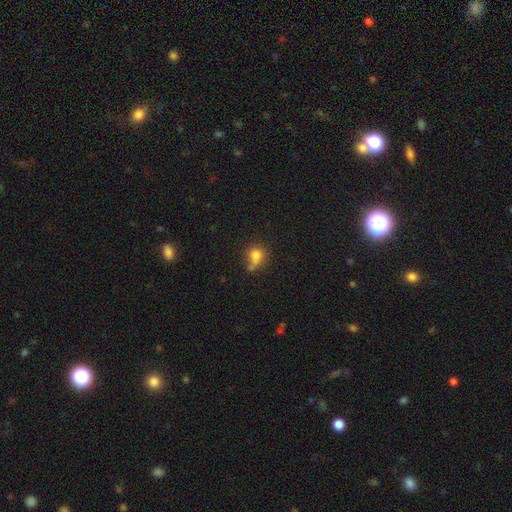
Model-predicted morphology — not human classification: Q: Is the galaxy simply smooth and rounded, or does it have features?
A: smooth — 76%.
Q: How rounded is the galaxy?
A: round — 76%.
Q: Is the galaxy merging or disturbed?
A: none — 40%.